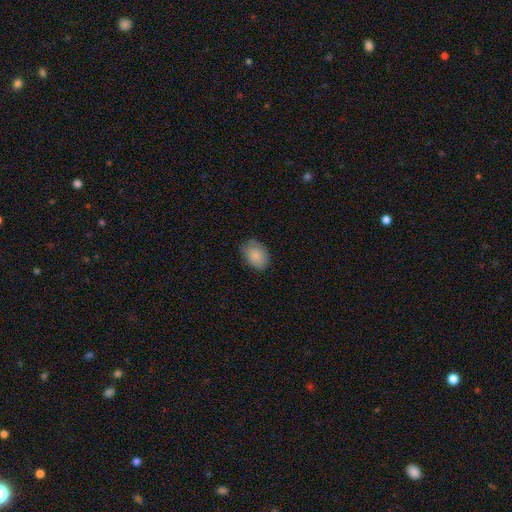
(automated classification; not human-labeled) Morphology: type=smooth (86%); roundness=in between (77%); merging=none (78%).